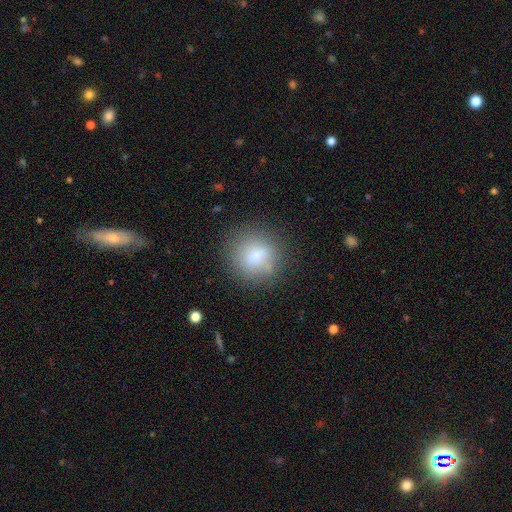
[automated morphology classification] Smooth or featured? smooth (77%)
How rounded? round (89%)
Merging? none (79%)